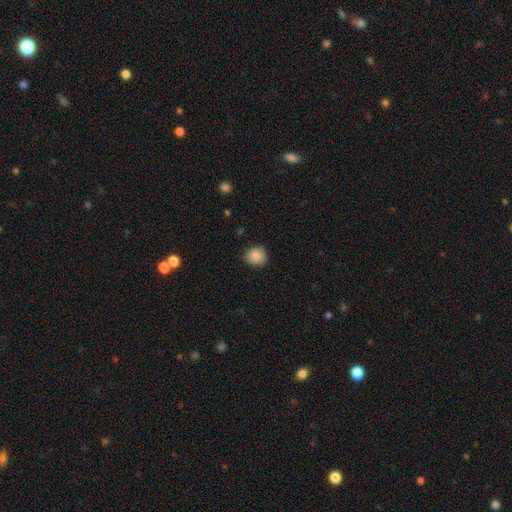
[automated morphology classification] This is clearly a smooth galaxy (86%). How rounded: likely round (75%). Merging: clearly none (81%).